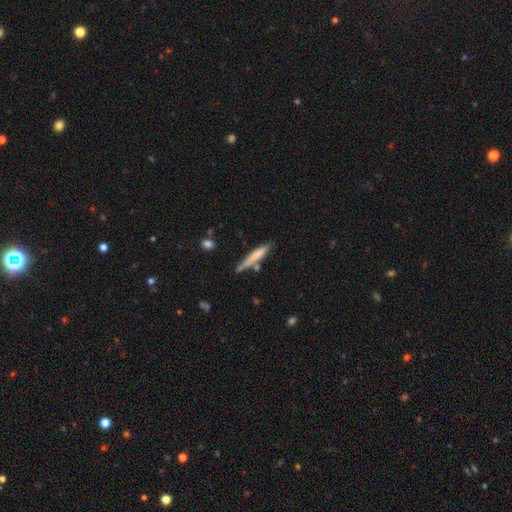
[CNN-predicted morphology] The model was most divided on "smooth or featured": smooth: 67%, featured or disk: 27%, star or artifact: 6%. More confident: how rounded — cigar-shaped (92%); merging — none (67%).